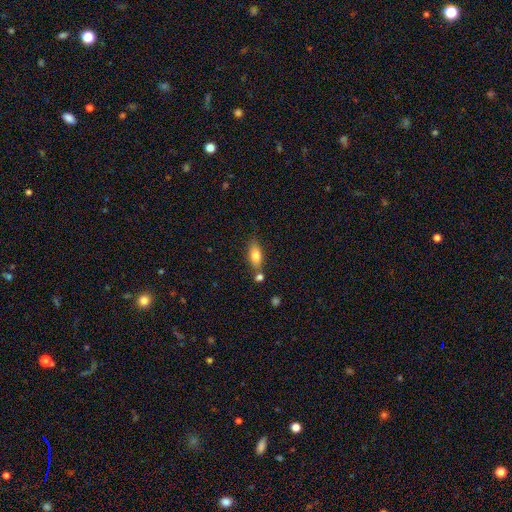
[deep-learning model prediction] Smooth or featured?
  - smooth: 77% *
  - featured or disk: 15%
  - star or artifact: 8%
How rounded?
  - in between: 81% *
  - cigar-shaped: 14%
  - round: 5%
Merging?
  - none: 66% *
  - minor disturbance: 15%
  - merger: 15%
  - major disturbance: 4%